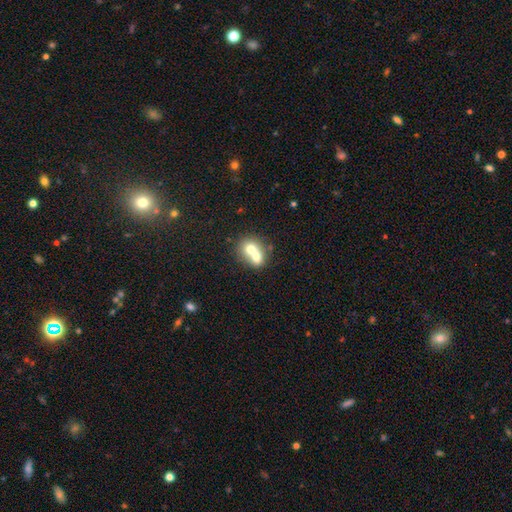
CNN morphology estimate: This appears to be a smooth galaxy with no disk features (66%) that is round (65%). Merging: merger (70%).